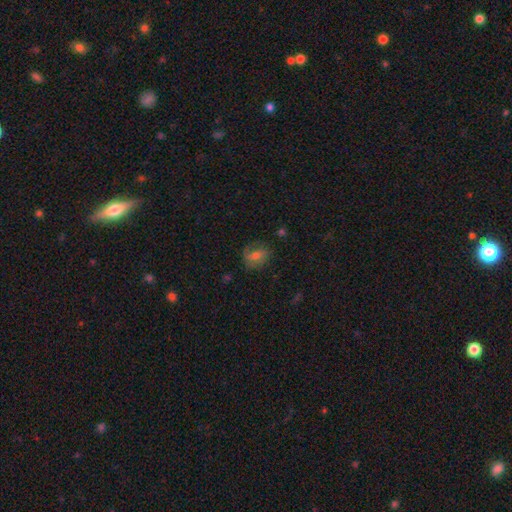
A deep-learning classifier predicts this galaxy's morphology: Smooth or featured? Predicted: smooth (p=0.55). How rounded? Predicted: round (p=0.51). Merging? Predicted: none (p=0.64).